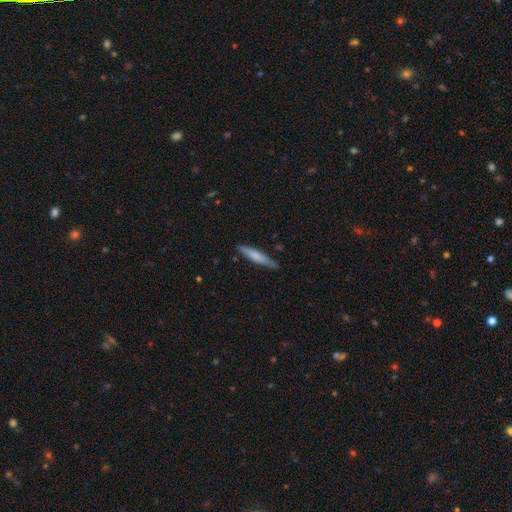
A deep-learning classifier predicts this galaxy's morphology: smooth_or_featured: smooth (p=0.67) [alt: featured or disk p=0.28]
how_rounded: cigar-shaped (p=0.91) [alt: in between p=0.08]
merging: none (p=0.82) [alt: minor disturbance p=0.14]